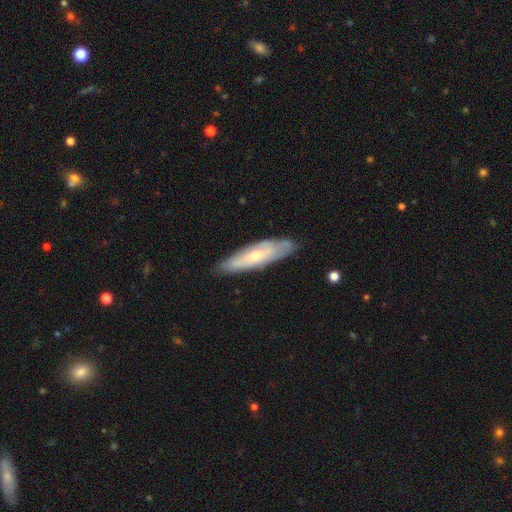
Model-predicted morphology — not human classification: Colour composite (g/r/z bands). It shows a featured or disk galaxy (50%). Merging: none (80%).